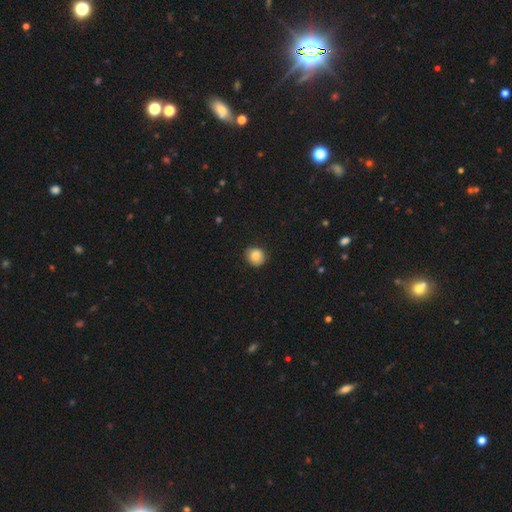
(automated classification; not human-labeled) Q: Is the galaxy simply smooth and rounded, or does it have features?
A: smooth — 86%.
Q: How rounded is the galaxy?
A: round — 82%.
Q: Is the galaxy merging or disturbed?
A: none — 86%.